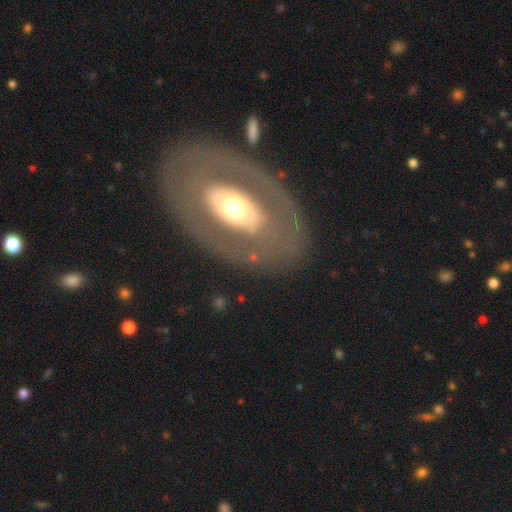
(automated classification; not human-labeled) The model was most divided on "smooth or featured": featured or disk: 66%, smooth: 28%, star or artifact: 6%. More confident: edge-on disk — no (91%); merging — none (81%); spiral arms — no (79%); bar — no (72%); bulge size — moderate (61%).